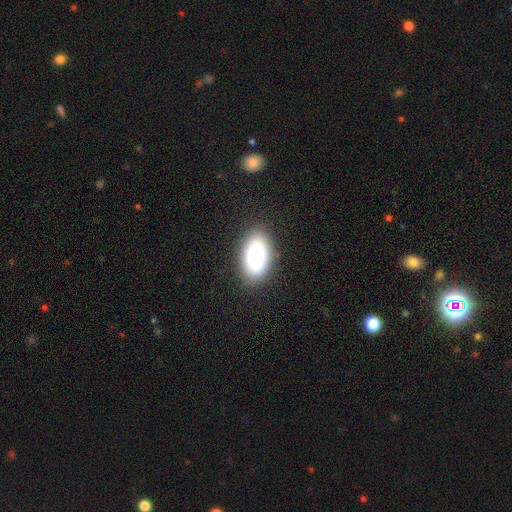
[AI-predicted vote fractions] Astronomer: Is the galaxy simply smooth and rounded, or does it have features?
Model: smooth — 71%.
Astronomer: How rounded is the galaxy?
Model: in between — 90%.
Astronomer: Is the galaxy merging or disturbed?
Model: none — 85%.